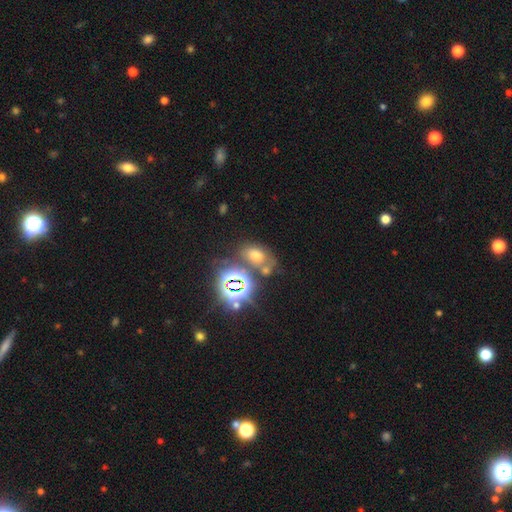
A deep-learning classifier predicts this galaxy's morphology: smooth 48%, star or artifact 39%, featured or disk 13%. Down the decision tree: merging — none (56%).